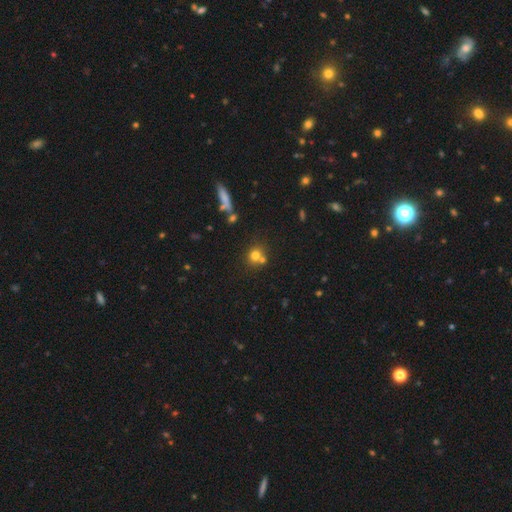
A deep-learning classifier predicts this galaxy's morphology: smooth-or-featured: smooth: 71% | star or artifact: 17% | featured or disk: 12%
  how-rounded: round: 87% | in between: 12% | cigar-shaped: 1%
  merging: none: 56% | merger: 32% | minor disturbance: 8% | major disturbance: 4%